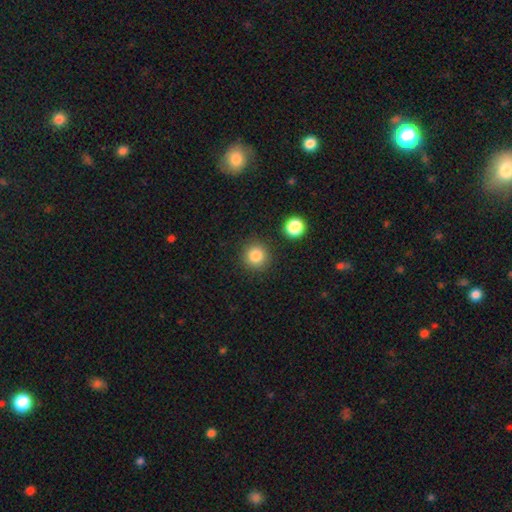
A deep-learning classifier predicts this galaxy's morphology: smooth 84%, star or artifact 11%, featured or disk 5%. Down the decision tree: how rounded — round (93%); merging — none (87%).